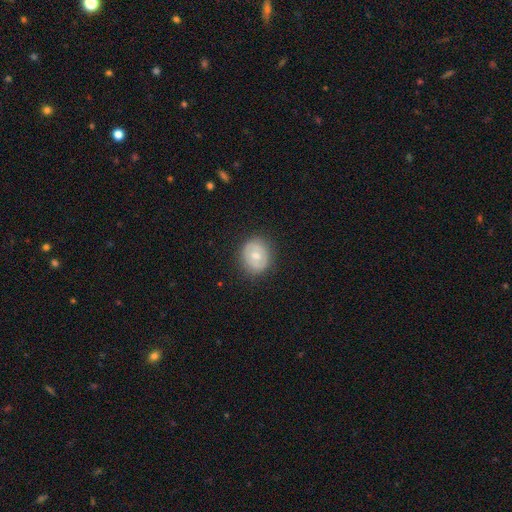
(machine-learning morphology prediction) smooth-or-featured: smooth: 57% | featured or disk: 36% | star or artifact: 7%
  how-rounded: round: 68% | in between: 31% | cigar-shaped: 1%
  merging: none: 83% | minor disturbance: 12% | major disturbance: 3% | merger: 1%